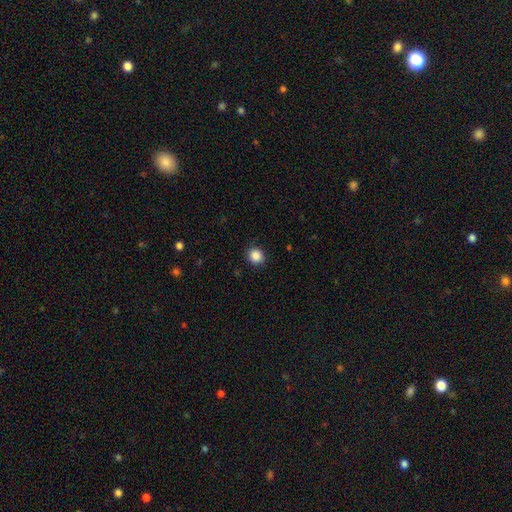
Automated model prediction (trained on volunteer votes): Morphology: type=smooth (88%); roundness=round (80%); merging=none (89%).